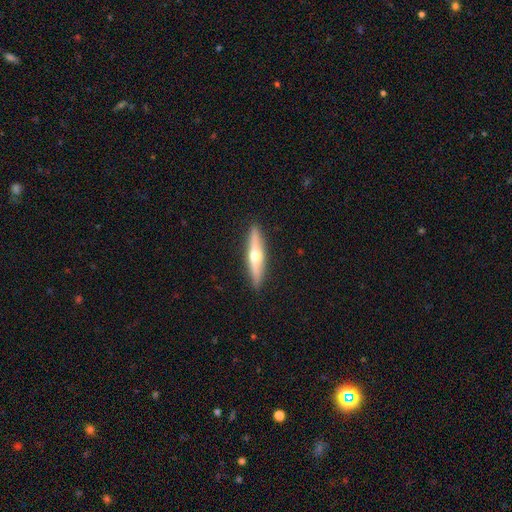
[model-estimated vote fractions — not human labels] A featured or disk galaxy (59%) viewed edge-on (94%) with a rounded central bulge (92%). Merging: none (90%).